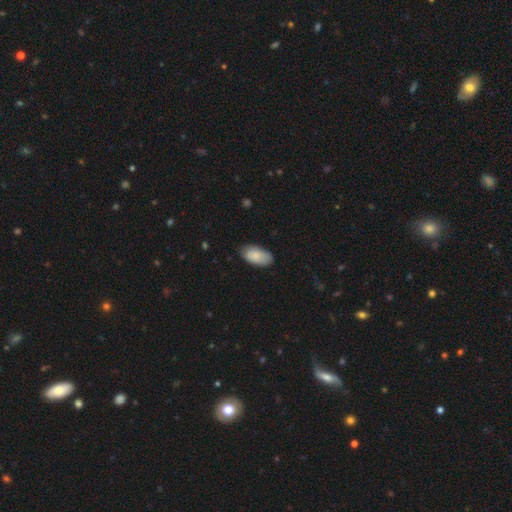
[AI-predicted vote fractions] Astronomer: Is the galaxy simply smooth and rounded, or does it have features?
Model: smooth — 85%.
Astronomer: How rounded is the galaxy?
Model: in between — 94%.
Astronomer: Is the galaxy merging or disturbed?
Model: none — 77%.